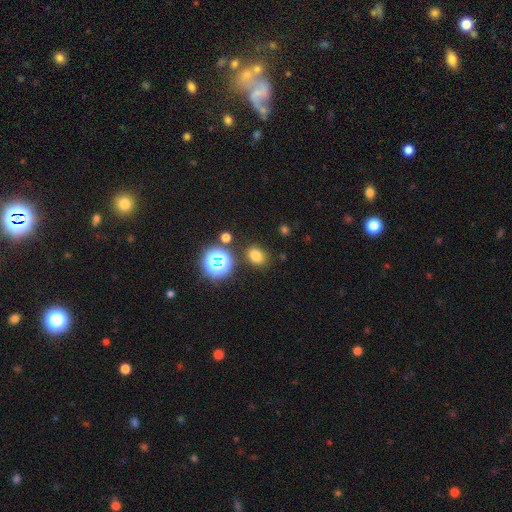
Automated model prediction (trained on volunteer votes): A smooth galaxy with no disk features (73%) that is in between round and cigar-shaped (52%).

Vote fractions:
- Smooth or featured? smooth: 73% / star or artifact: 21% / featured or disk: 6%
- How rounded? in between: 52% / round: 47% / cigar-shaped: 1%
- Merging? none: 82% / minor disturbance: 10% / merger: 4% / major disturbance: 3%